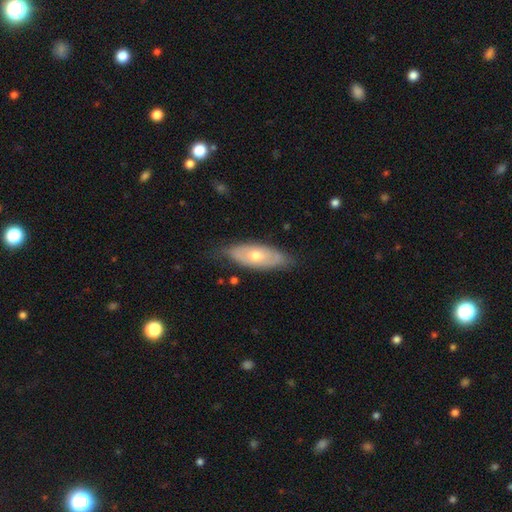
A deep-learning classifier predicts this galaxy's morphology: Smooth or featured? smooth (49%)
Merging? none (70%)